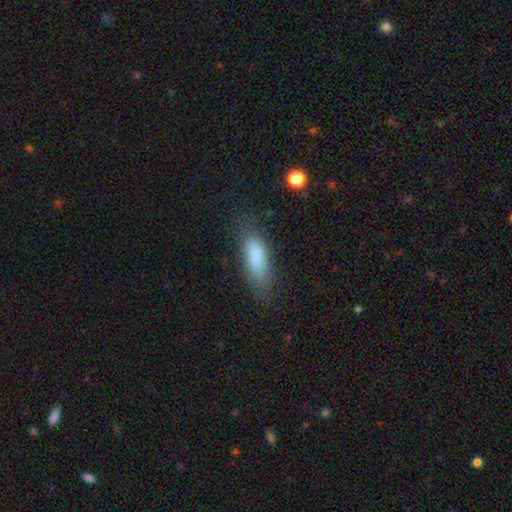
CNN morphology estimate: This is clearly a smooth galaxy (83%). How rounded: likely in between (60%). Merging: likely none (72%).